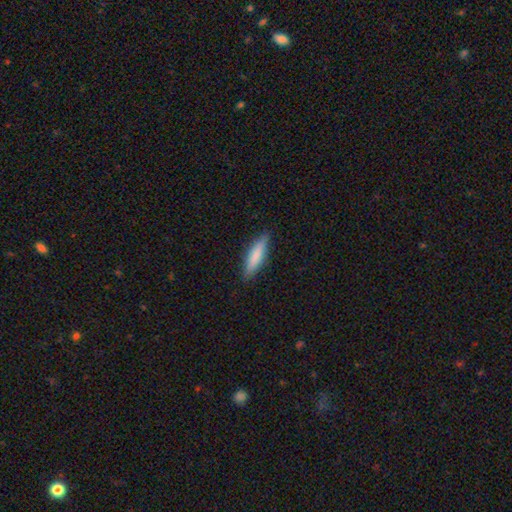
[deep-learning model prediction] This is likely a smooth galaxy (77%). How rounded: likely cigar-shaped (75%). Merging: clearly none (87%).